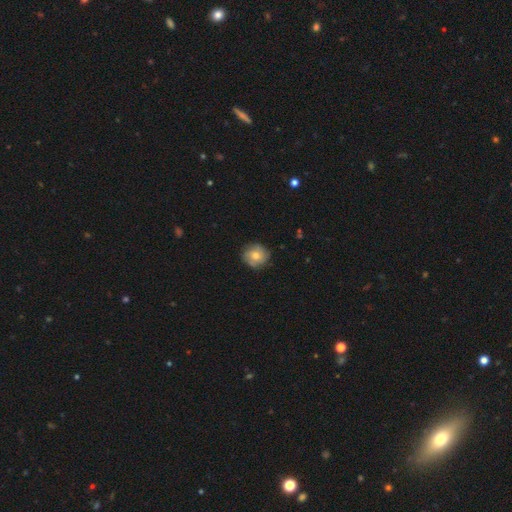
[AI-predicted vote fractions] Smooth or featured?
  - smooth: 57% *
  - featured or disk: 35%
  - star or artifact: 8%
How rounded?
  - round: 87% *
  - in between: 12%
  - cigar-shaped: 1%
Merging?
  - none: 79% *
  - minor disturbance: 16%
  - major disturbance: 4%
  - merger: 1%